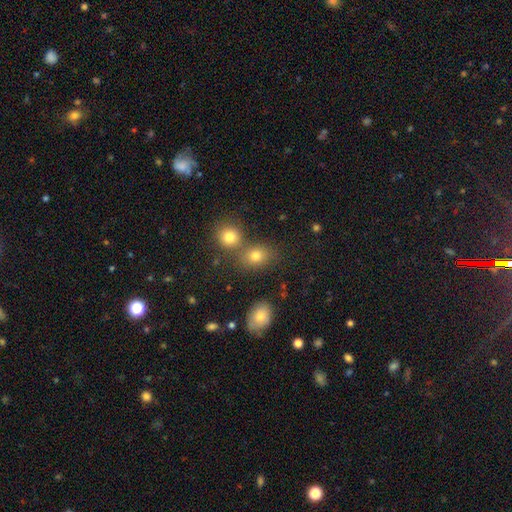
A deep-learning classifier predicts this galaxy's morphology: Q: Smooth or featured?
A: smooth (77%); runner-up: star or artifact (15%)
Q: How rounded?
A: round (54%); runner-up: in between (44%)
Q: Merging?
A: none (61%); runner-up: merger (26%)